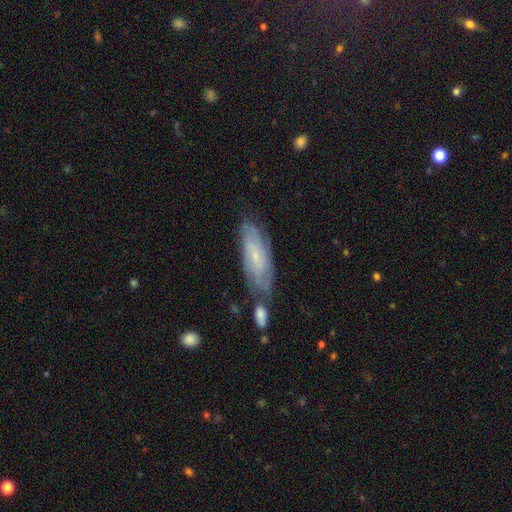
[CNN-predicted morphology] This appears to be a featured or disk galaxy (58%). Merging: none (59%).